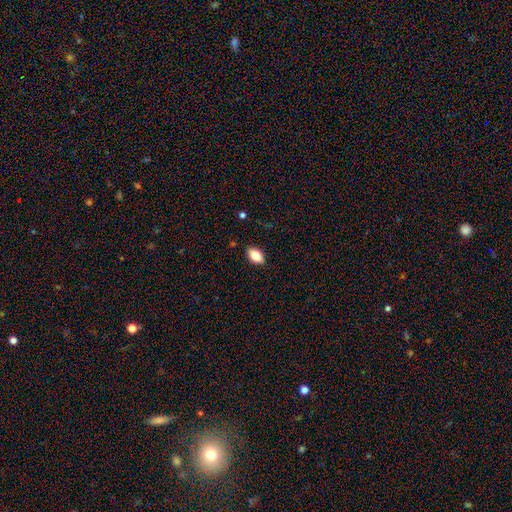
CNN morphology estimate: smooth-or-featured: smooth: 82% | featured or disk: 11% | star or artifact: 8%
  how-rounded: in between: 91% | round: 6% | cigar-shaped: 3%
  merging: none: 88% | minor disturbance: 9% | major disturbance: 2% | merger: 1%